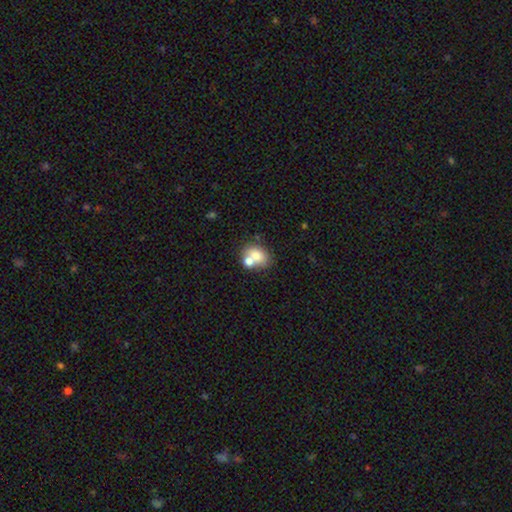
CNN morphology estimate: A smooth galaxy with no disk features (74%) that is in between round and cigar-shaped (59%). Merging: none (44%).